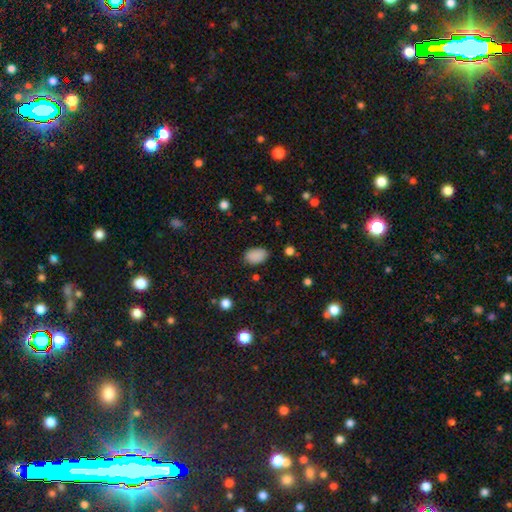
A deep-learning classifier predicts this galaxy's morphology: smooth-or-featured: smooth: 87% | star or artifact: 9% | featured or disk: 3%
  how-rounded: in between: 89% | round: 10% | cigar-shaped: 1%
  merging: none: 83% | minor disturbance: 13% | major disturbance: 3% | merger: 1%